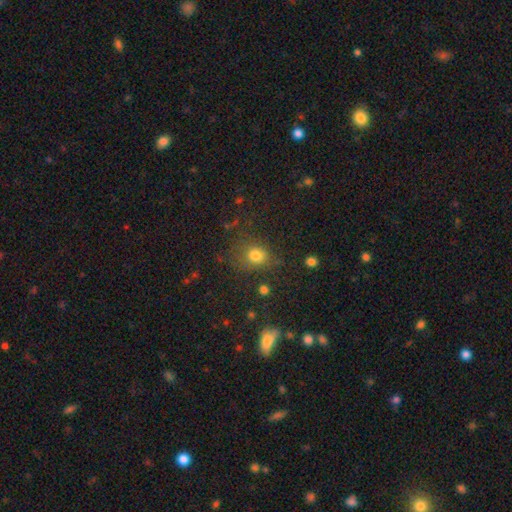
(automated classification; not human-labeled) This appears to be a smooth galaxy with no disk features (75%) that is round (68%). Merging: none (72%).